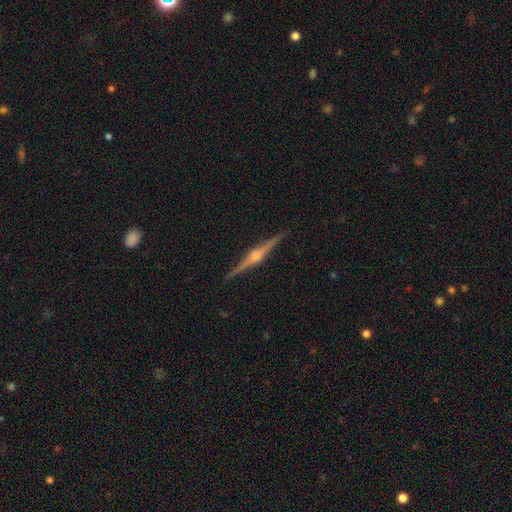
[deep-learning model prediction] Q: Smooth or featured?
A: featured or disk (88%); runner-up: smooth (7%)
Q: Edge-on disk?
A: yes (99%); runner-up: no (1%)
Q: Edge-on bulge?
A: rounded (90%); runner-up: boxy (7%)
Q: Merging?
A: none (93%); runner-up: minor disturbance (5%)